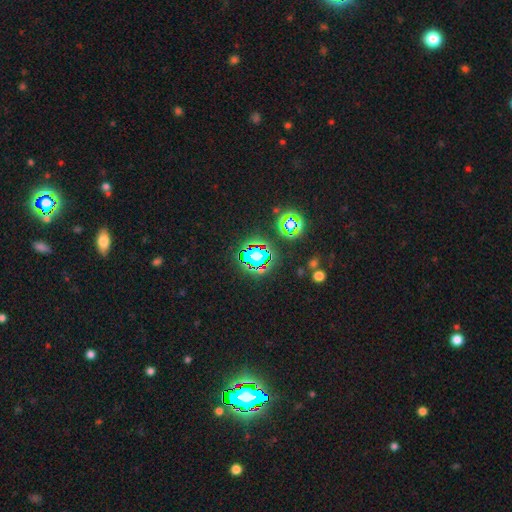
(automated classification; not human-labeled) Q: Smooth or featured?
A: star or artifact (65%); runner-up: smooth (23%)